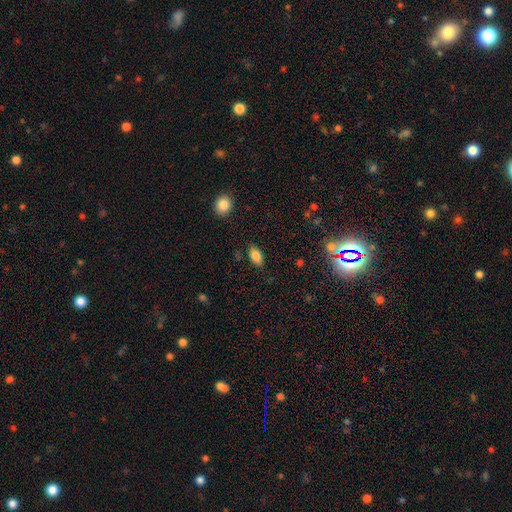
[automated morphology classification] Smooth or featured? smooth (84%)
How rounded? in between (90%)
Merging? none (83%)